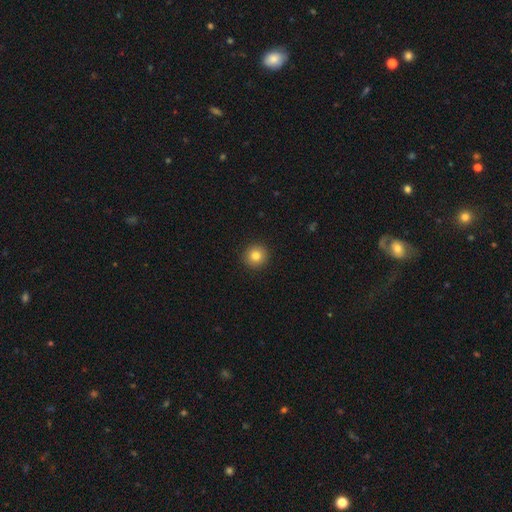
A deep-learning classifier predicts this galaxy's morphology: Smooth or featured? Predicted: smooth (p=0.82). How rounded? Predicted: round (p=0.95). Merging? Predicted: none (p=0.93).